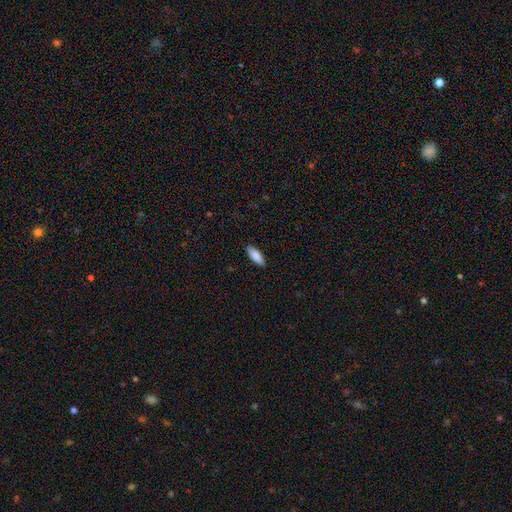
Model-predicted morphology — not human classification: type=smooth (87%); roundness=in between (70%); merging=none (89%).